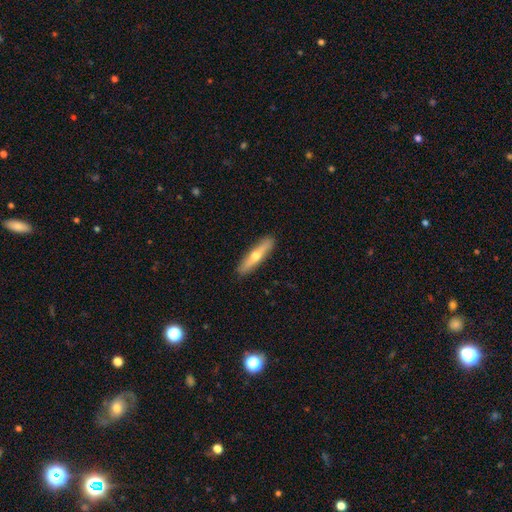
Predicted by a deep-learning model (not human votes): Smooth or featured? featured or disk (49%)
Merging? none (90%)